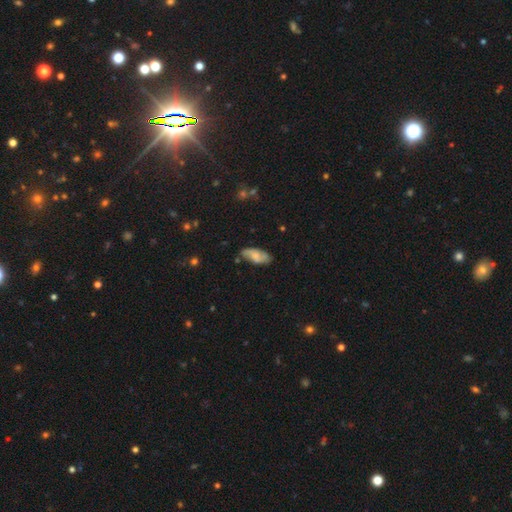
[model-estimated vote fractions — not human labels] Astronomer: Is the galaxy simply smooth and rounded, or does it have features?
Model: smooth — 56% (runner-up: featured or disk, 37%).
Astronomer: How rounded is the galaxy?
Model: in between — 84%.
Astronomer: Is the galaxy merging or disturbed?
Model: none — 67%.